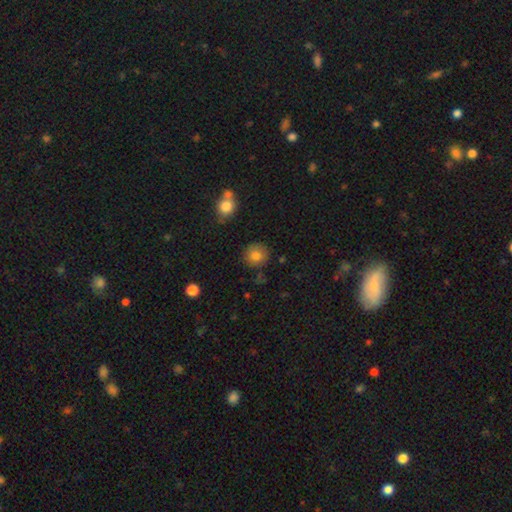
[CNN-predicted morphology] Overall: smooth (80%). How rounded: round (88%). Merging: none (83%).